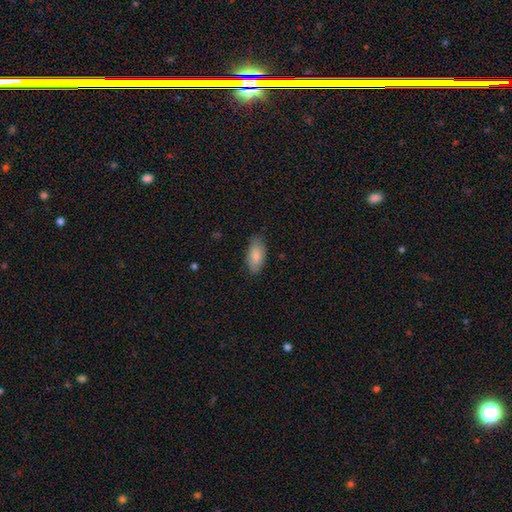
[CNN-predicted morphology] smooth 86%, featured or disk 8%, star or artifact 6%. Down the decision tree: how rounded — in between (90%); merging — none (78%).